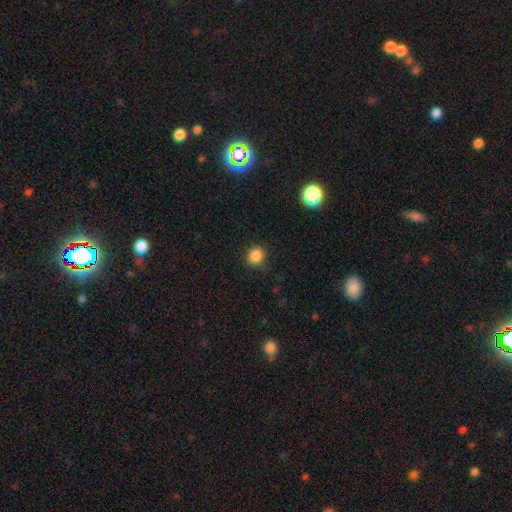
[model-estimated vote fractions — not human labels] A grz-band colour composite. It shows a smooth galaxy with no disk features (86%) that is round (89%). Merging: none (88%).